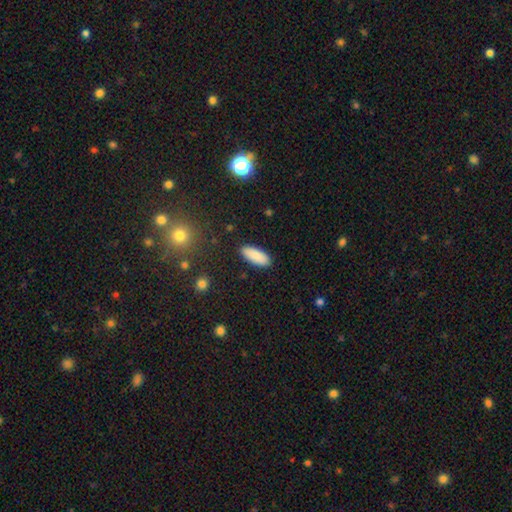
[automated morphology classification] Smooth or featured? Predicted: smooth (p=0.89). How rounded? Predicted: in between (p=0.78). Merging? Predicted: none (p=0.89).